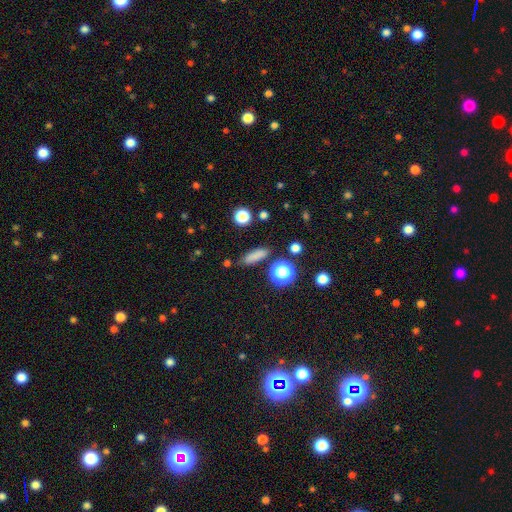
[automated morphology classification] Smooth or featured? smooth (78%)
How rounded? cigar-shaped (52%)
Merging? none (81%)